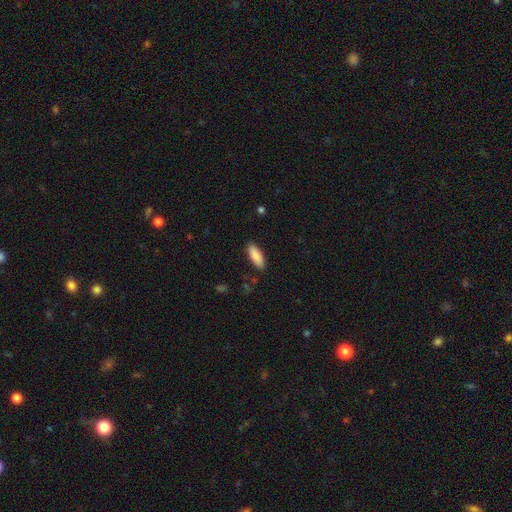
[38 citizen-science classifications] Volunteers were most divided on "how rounded": in between: 71%, cigar-shaped: 29%, round: 0%. More confident: smooth or featured — smooth (92%); merging — none (87%).